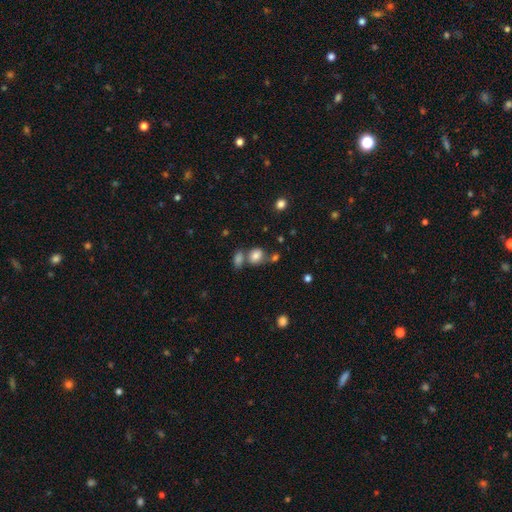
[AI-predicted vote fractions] A smooth galaxy with no disk features (80%) that is round (50%).

Vote fractions:
- Smooth or featured? smooth: 80% / star or artifact: 11% / featured or disk: 9%
- How rounded? round: 50% / in between: 49% / cigar-shaped: 1%
- Merging? none: 51% / merger: 29% / minor disturbance: 14% / major disturbance: 6%